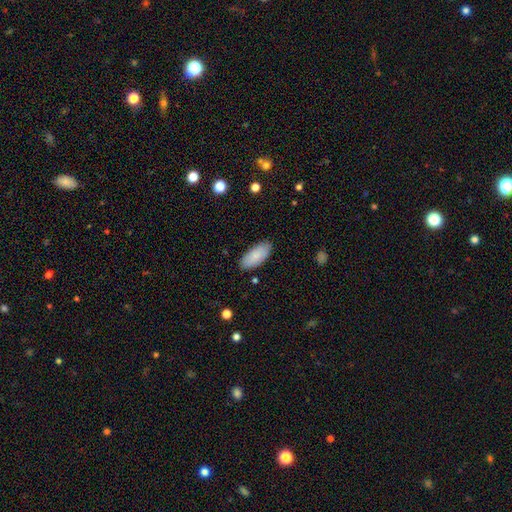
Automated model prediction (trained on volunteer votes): Smooth or featured? Predicted: smooth (p=0.87). How rounded? Predicted: in between (p=0.90). Merging? Predicted: none (p=0.87).